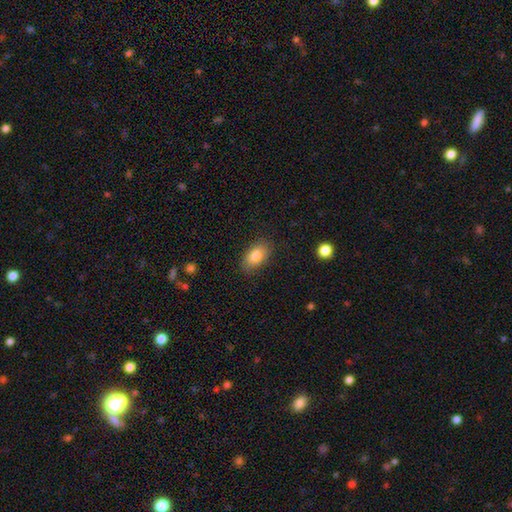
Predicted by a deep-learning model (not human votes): Smooth or featured? Predicted: smooth (p=0.83). How rounded? Predicted: in between (p=0.90). Merging? Predicted: none (p=0.83).